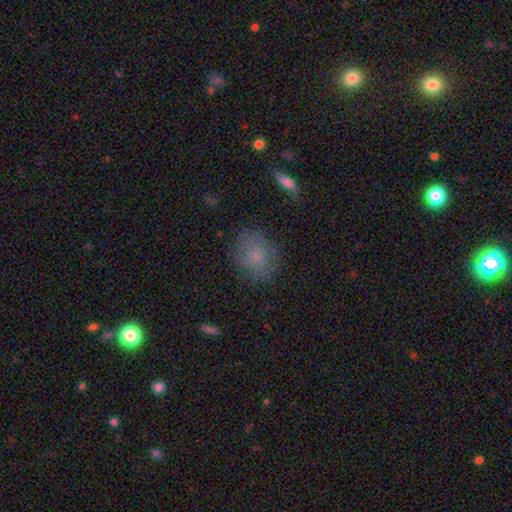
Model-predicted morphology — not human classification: type=smooth (78%); roundness=in between (51%); merging=none (78%).